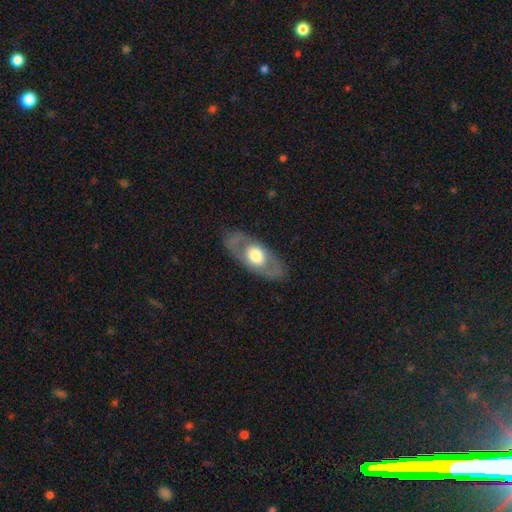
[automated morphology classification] Overall: featured or disk (52%; smooth 43%). Edge-on disk: no (80%). Merging: none (81%).